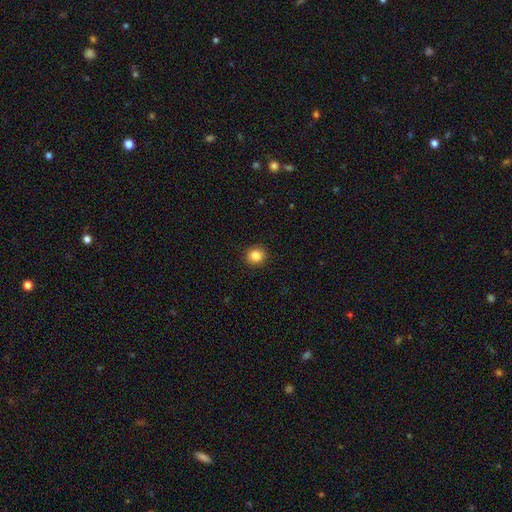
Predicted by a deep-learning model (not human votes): This appears to be a smooth galaxy with no disk features (85%) that is round (83%). Merging: none (92%).